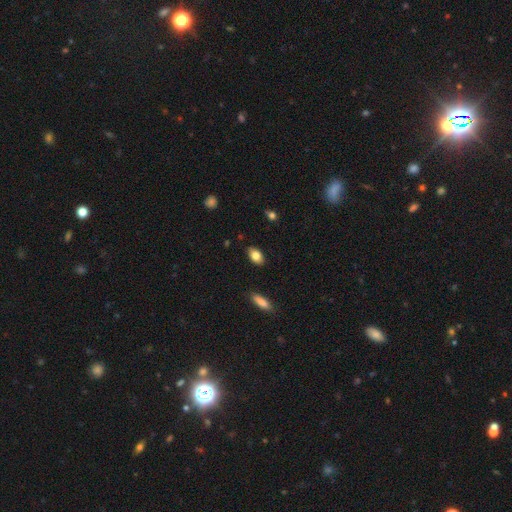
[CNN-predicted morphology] A smooth galaxy with no disk features (82%) that is in between round and cigar-shaped (90%). Merging: none (87%).